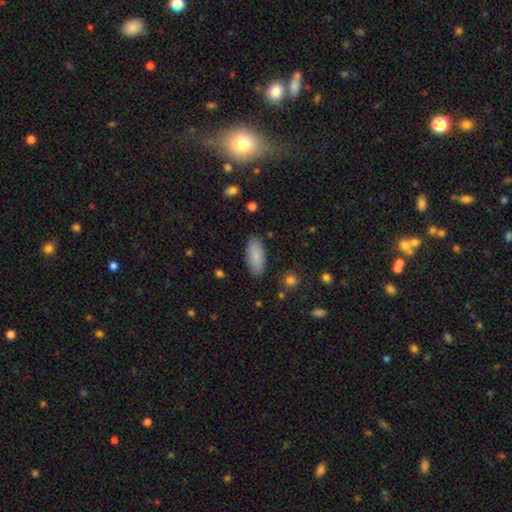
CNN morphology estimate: The model was most divided on "how rounded": in between: 83%, cigar-shaped: 16%, round: 2%. More confident: smooth or featured — smooth (87%); merging — none (87%).